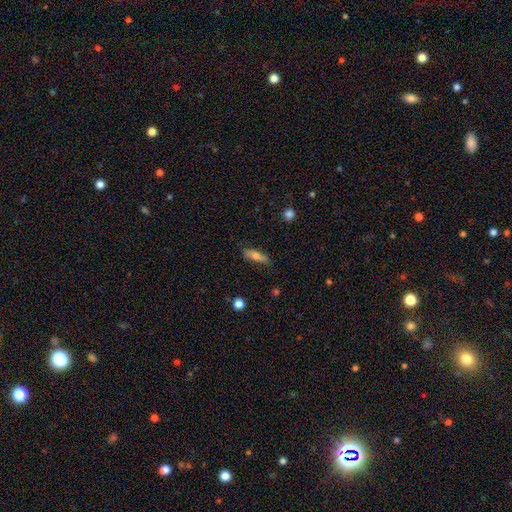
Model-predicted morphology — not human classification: Smooth or featured? Predicted: smooth (p=0.69). How rounded? Predicted: cigar-shaped (p=0.57). Merging? Predicted: none (p=0.77).